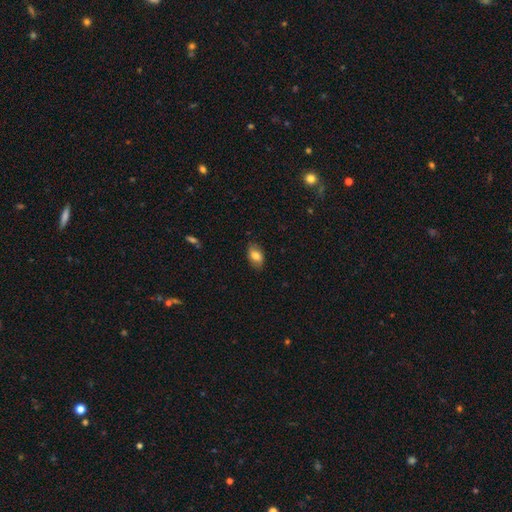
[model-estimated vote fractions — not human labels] smooth_or_featured: smooth (p=0.79) [alt: featured or disk p=0.13]
how_rounded: in between (p=0.90) [alt: round p=0.08]
merging: none (p=0.83) [alt: minor disturbance p=0.13]